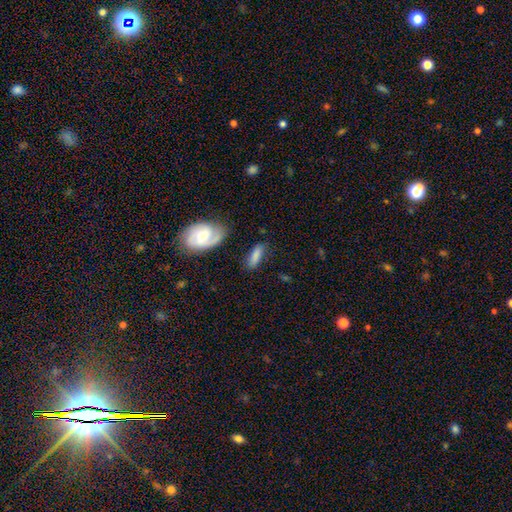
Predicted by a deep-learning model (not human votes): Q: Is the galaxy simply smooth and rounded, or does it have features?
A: smooth — 78%.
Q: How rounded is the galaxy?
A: in between — 58%.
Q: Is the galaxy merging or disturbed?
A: none — 72%.